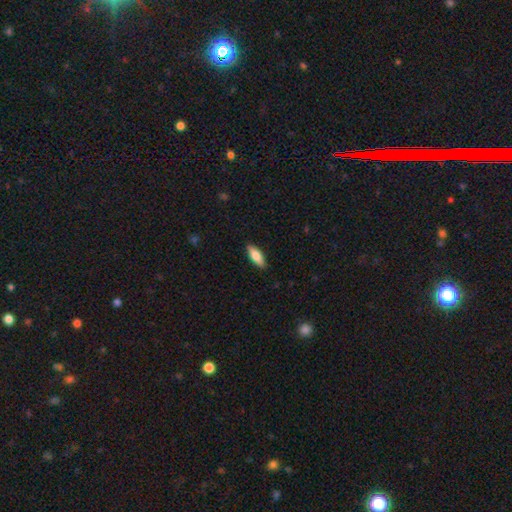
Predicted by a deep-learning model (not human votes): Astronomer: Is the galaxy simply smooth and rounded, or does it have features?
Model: smooth — 76%.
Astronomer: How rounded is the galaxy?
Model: in between — 68%.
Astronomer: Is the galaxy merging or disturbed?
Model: none — 88%.